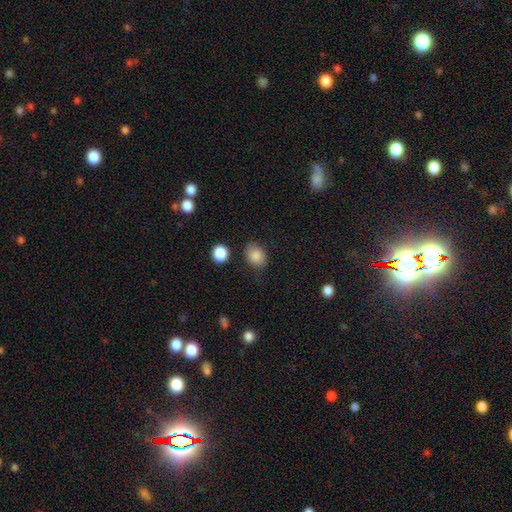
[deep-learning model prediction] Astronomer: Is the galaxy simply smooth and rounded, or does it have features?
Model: smooth — 85%.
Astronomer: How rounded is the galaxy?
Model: in between — 59% (runner-up: round, 40%).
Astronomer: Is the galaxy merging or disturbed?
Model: none — 77%.